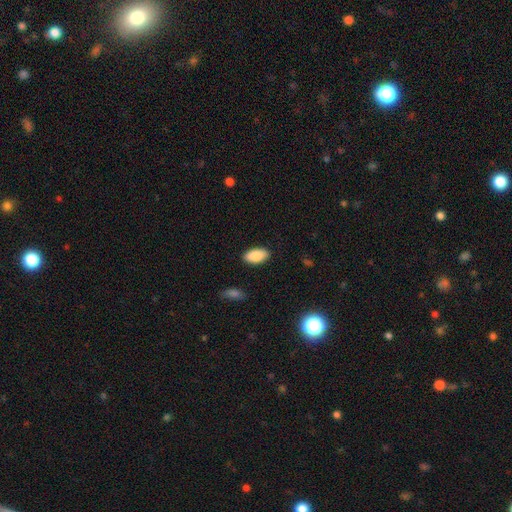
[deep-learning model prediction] Q: Smooth or featured?
A: smooth (88%); runner-up: star or artifact (6%)
Q: How rounded?
A: in between (94%); runner-up: cigar-shaped (3%)
Q: Merging?
A: none (88%); runner-up: minor disturbance (9%)